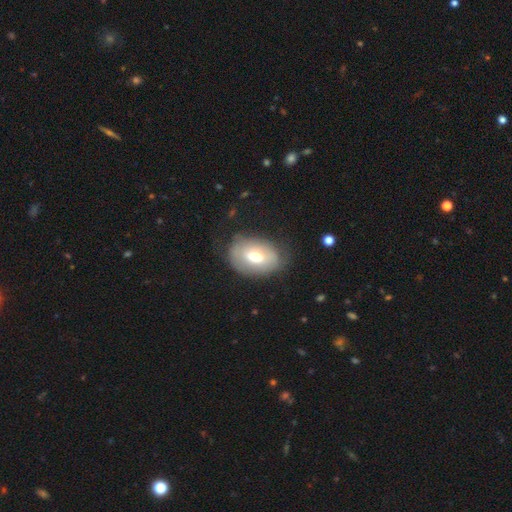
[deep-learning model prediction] This is likely a smooth galaxy (61%). How rounded: likely in between (80%). Merging: likely none (67%).